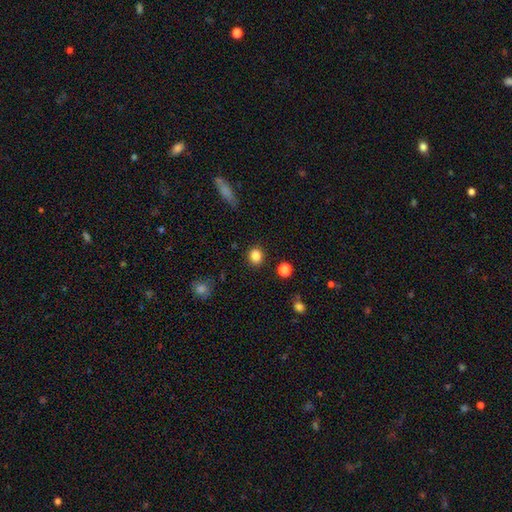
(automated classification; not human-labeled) smooth-or-featured: smooth: 84% | star or artifact: 11% | featured or disk: 5%
  how-rounded: round: 75% | in between: 24% | cigar-shaped: 1%
  merging: none: 89% | minor disturbance: 7% | major disturbance: 2% | merger: 2%